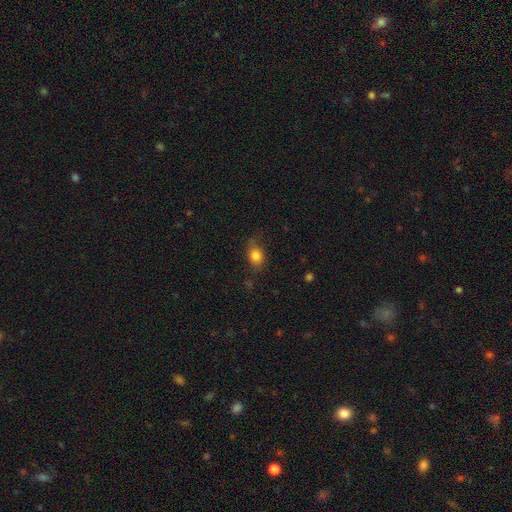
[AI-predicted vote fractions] Smooth or featured? Predicted: smooth (p=0.83). How rounded? Predicted: in between (p=0.51). Merging? Predicted: none (p=0.71).